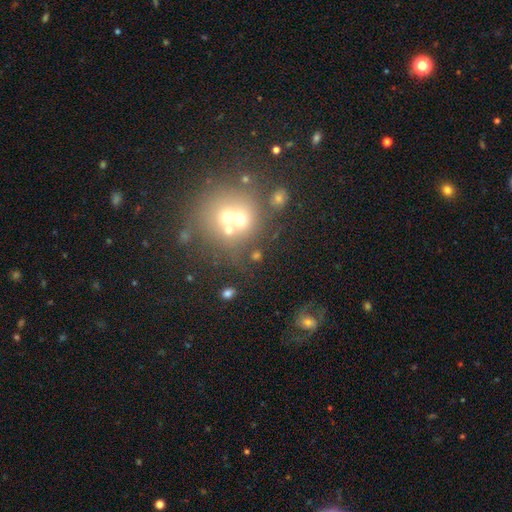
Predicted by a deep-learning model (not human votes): Smooth or featured?
  - smooth: 50% *
  - star or artifact: 27%
  - featured or disk: 23%
Merging?
  - none: 44% *
  - merger: 41%
  - minor disturbance: 9%
  - major disturbance: 6%